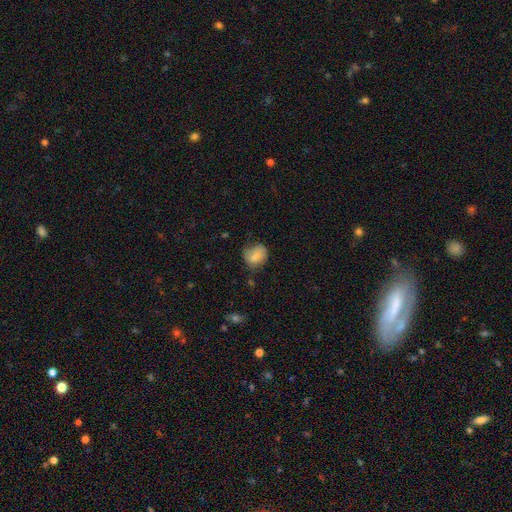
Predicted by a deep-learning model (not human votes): Smooth or featured? Predicted: smooth (p=0.78). How rounded? Predicted: round (p=0.55). Merging? Predicted: none (p=0.51).